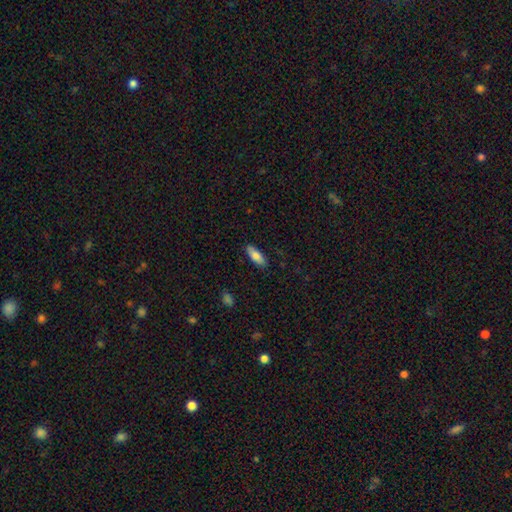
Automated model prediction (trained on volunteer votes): smooth_or_featured: smooth (p=0.78) [alt: featured or disk p=0.15]
how_rounded: in between (p=0.72) [alt: cigar-shaped p=0.26]
merging: none (p=0.87) [alt: minor disturbance p=0.09]